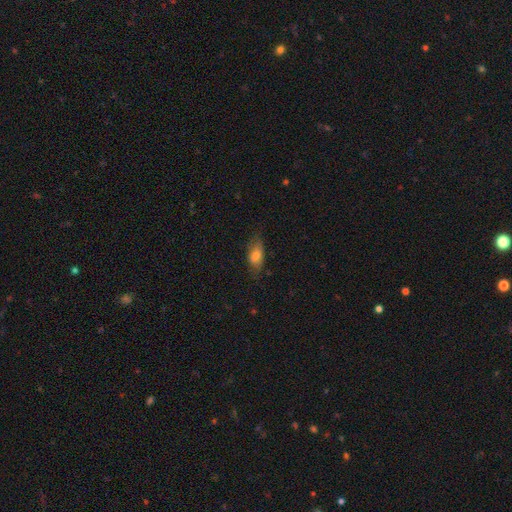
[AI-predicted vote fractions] Smooth or featured? Predicted: smooth (p=0.73). How rounded? Predicted: in between (p=0.82). Merging? Predicted: none (p=0.69).